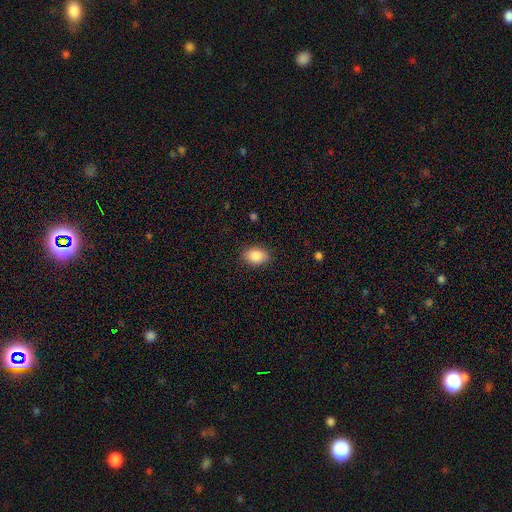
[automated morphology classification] Smooth or featured: smooth — 87% (star or artifact — 8%)
How rounded: in between — 79% (round — 20%)
Merging: none — 87% (minor disturbance — 10%)